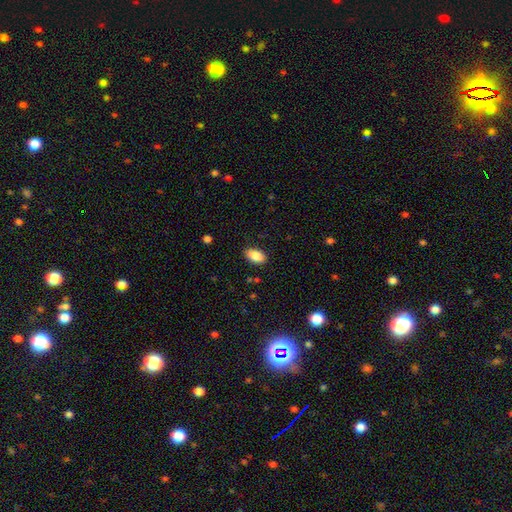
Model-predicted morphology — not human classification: Q: Smooth or featured?
A: smooth (88%); runner-up: star or artifact (7%)
Q: How rounded?
A: in between (93%); runner-up: round (5%)
Q: Merging?
A: none (86%); runner-up: minor disturbance (10%)